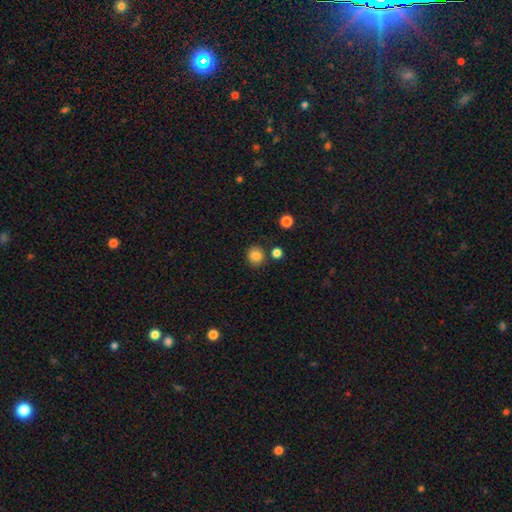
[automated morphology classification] Smooth or featured?
  - smooth: 84% *
  - star or artifact: 11%
  - featured or disk: 5%
How rounded?
  - round: 86% *
  - in between: 14%
  - cigar-shaped: 1%
Merging?
  - none: 81% *
  - minor disturbance: 10%
  - merger: 6%
  - major disturbance: 3%